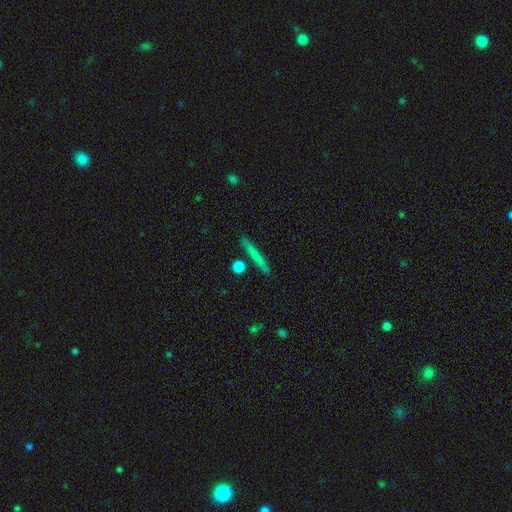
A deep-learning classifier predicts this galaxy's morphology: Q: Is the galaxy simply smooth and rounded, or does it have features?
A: smooth — 62%.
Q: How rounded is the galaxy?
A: cigar-shaped — 94%.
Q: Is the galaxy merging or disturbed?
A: none — 87%.